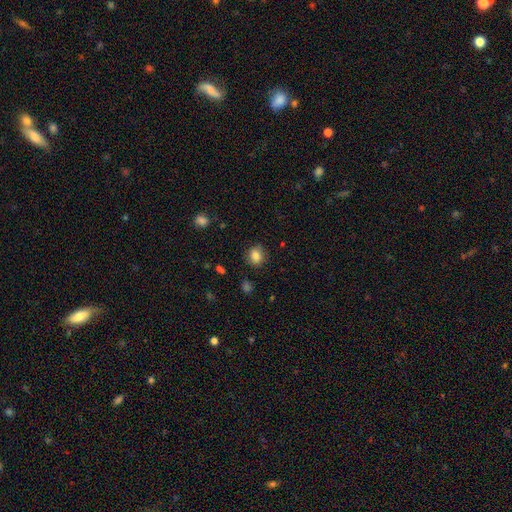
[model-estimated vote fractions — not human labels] smooth_or_featured: smooth (p=0.84) [alt: star or artifact p=0.10]
how_rounded: round (p=0.76) [alt: in between p=0.23]
merging: none (p=0.85) [alt: minor disturbance p=0.11]